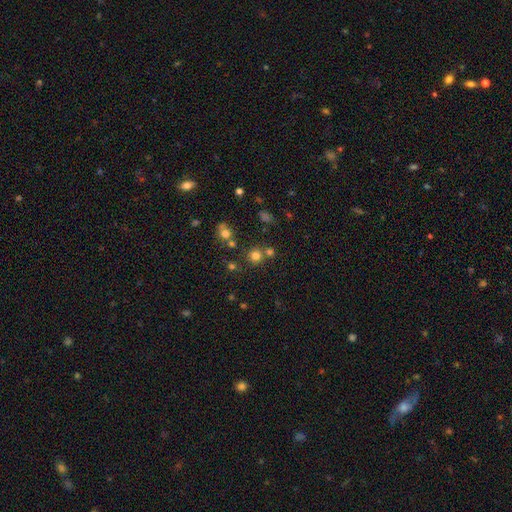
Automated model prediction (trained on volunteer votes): Morphology: type=smooth (73%); roundness=round (90%); merging=none (69%).